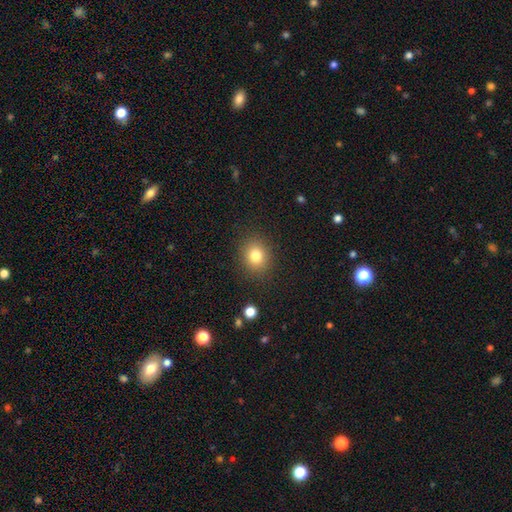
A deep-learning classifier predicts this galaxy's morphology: Smooth or featured? Predicted: smooth (p=0.81). How rounded? Predicted: round (p=0.70). Merging? Predicted: none (p=0.88).